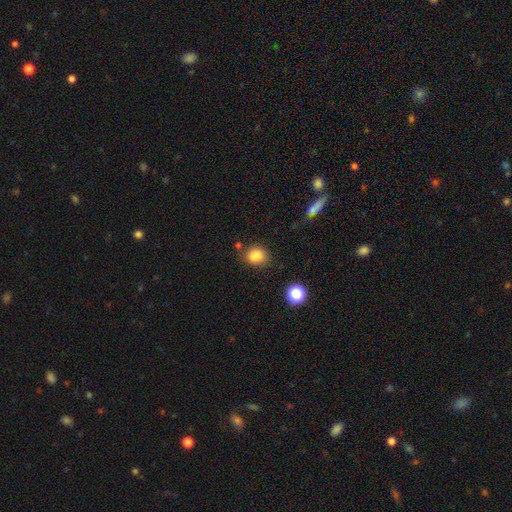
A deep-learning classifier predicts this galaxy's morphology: Smooth or featured?
  - smooth: 83% *
  - star or artifact: 12%
  - featured or disk: 5%
How rounded?
  - round: 60% *
  - in between: 39%
  - cigar-shaped: 1%
Merging?
  - none: 69% *
  - minor disturbance: 18%
  - merger: 9%
  - major disturbance: 5%